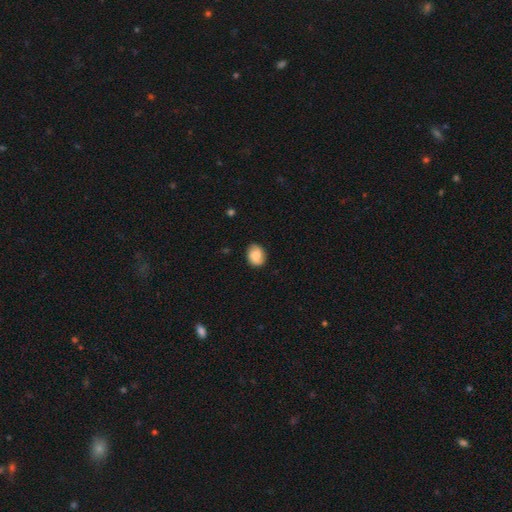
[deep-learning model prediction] Morphology: type=smooth (71%); roundness=round (50%); merging=none (82%).